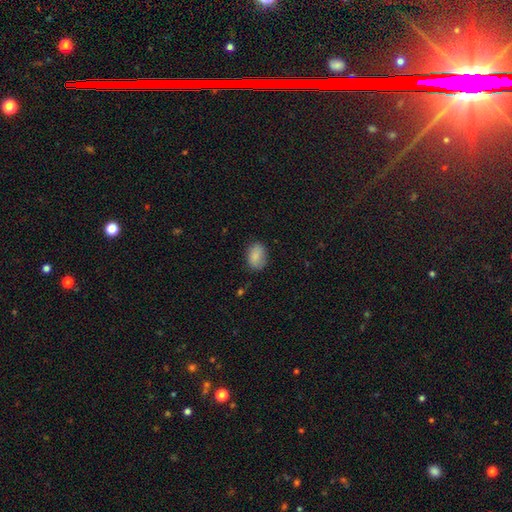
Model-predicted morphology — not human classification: Smooth or featured: smooth — 85% (star or artifact — 8%)
How rounded: in between — 80% (round — 19%)
Merging: none — 76% (minor disturbance — 19%)